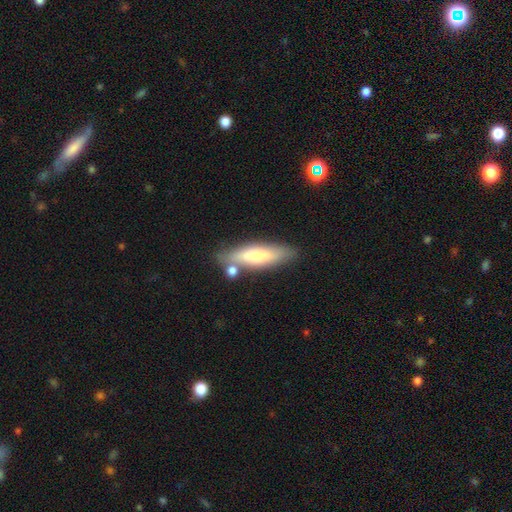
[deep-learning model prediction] Overall: smooth (59%; featured or disk 34%). How rounded: cigar-shaped (69%). Merging: none (77%).